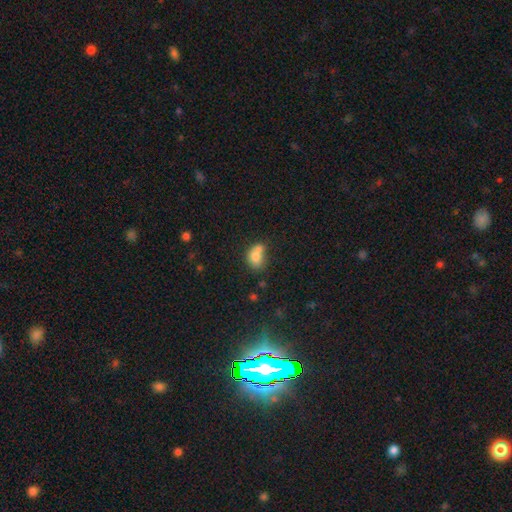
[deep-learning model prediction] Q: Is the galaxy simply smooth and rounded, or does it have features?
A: smooth — 75%.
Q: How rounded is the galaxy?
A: in between — 57%.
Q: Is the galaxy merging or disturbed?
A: merger — 50%.